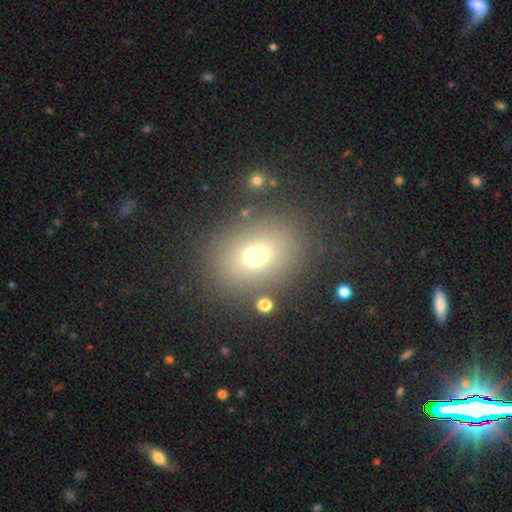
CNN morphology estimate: smooth-or-featured: smooth: 70% | star or artifact: 17% | featured or disk: 13%
  how-rounded: in between: 50% | round: 49% | cigar-shaped: 1%
  merging: none: 81% | minor disturbance: 9% | major disturbance: 5% | merger: 4%